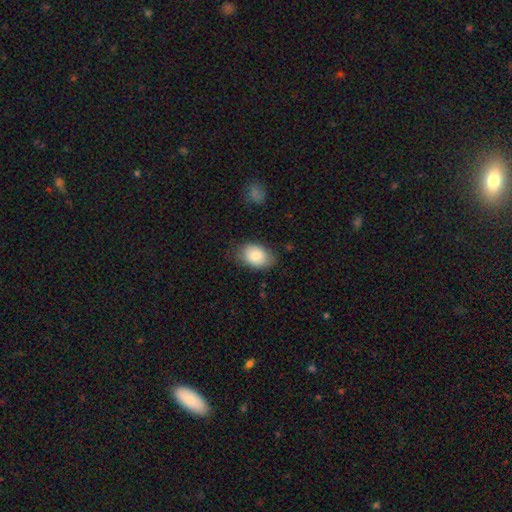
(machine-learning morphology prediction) Smooth or featured: smooth — 83% (featured or disk — 10%)
How rounded: in between — 84% (round — 15%)
Merging: none — 75% (minor disturbance — 19%)